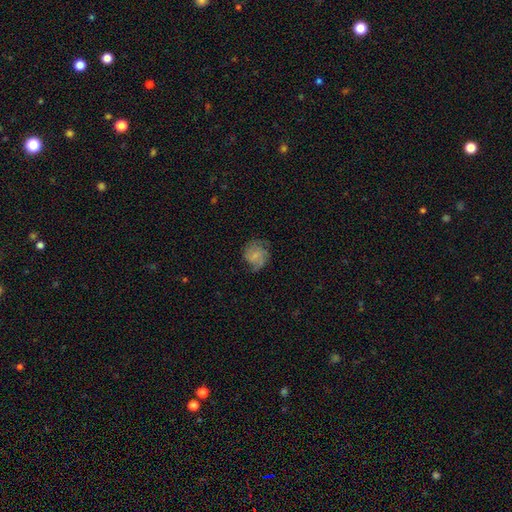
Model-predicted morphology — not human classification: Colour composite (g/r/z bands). It shows a featured or disk galaxy (53%) with no bar (57%), spiral arms (87%) and a small central bulge (58%). Merging: none (63%).